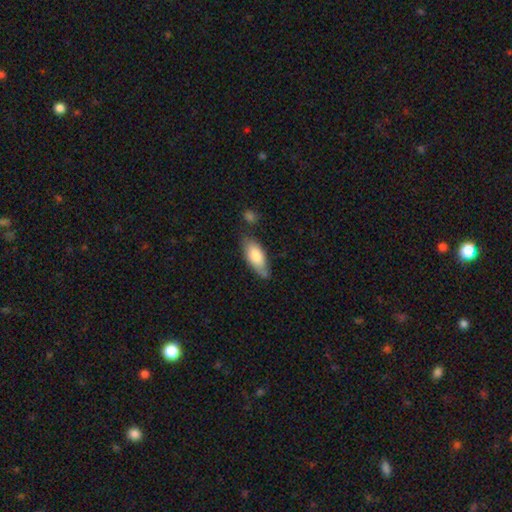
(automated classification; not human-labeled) A smooth galaxy with no disk features (79%) that is in between round and cigar-shaped (81%). Merging: none (64%).